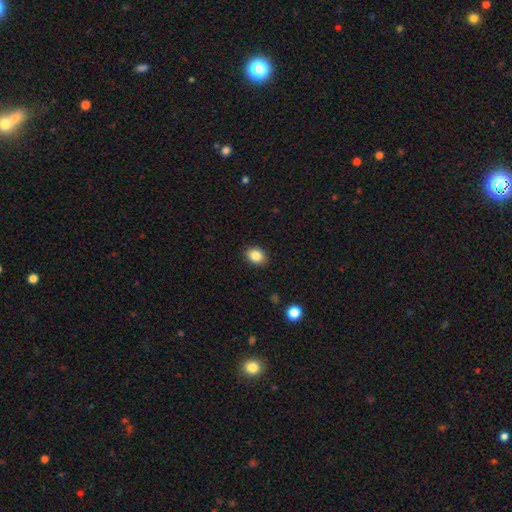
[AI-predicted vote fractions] smooth_or_featured: smooth (p=0.86) [alt: star or artifact p=0.09]
how_rounded: in between (p=0.58) [alt: round p=0.41]
merging: none (p=0.89) [alt: minor disturbance p=0.07]